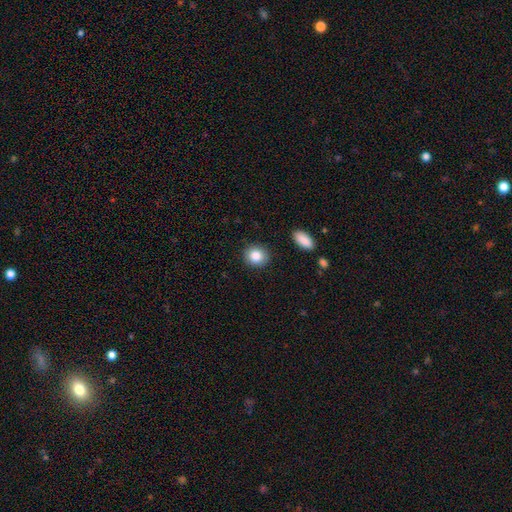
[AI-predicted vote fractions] This is clearly a smooth galaxy (85%). How rounded: likely round (77%). Merging: clearly none (89%).